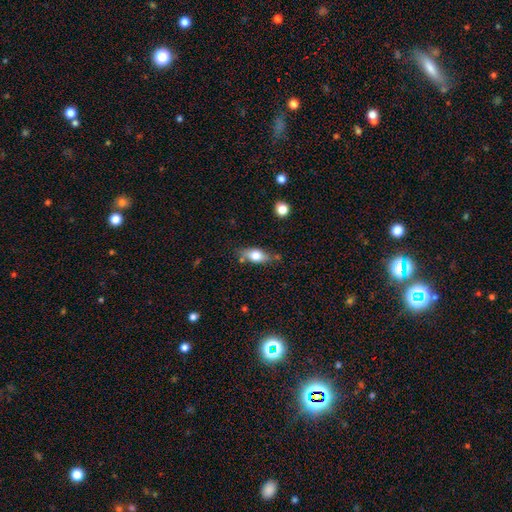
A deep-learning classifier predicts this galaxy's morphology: A smooth galaxy with no disk features (70%) that is in between round and cigar-shaped (79%). Merging: none (71%).